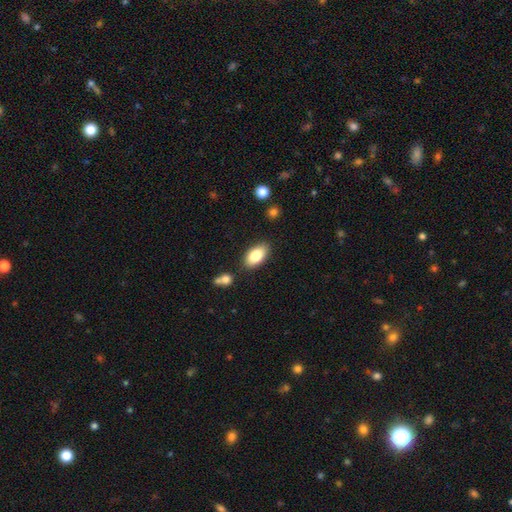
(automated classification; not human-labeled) Q: Smooth or featured?
A: smooth (84%); runner-up: featured or disk (10%)
Q: How rounded?
A: in between (93%); runner-up: round (4%)
Q: Merging?
A: none (84%); runner-up: minor disturbance (10%)